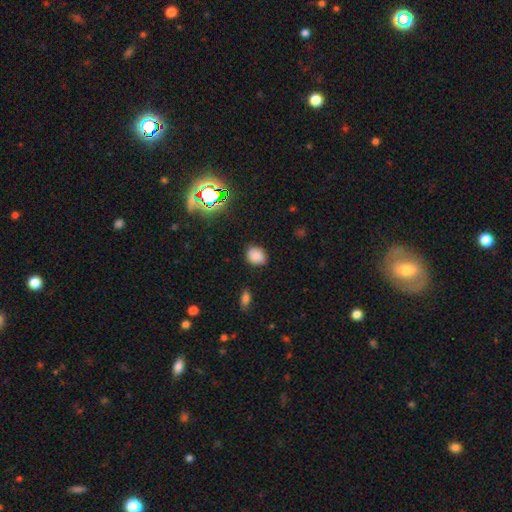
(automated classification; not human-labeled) The model was most divided on "how rounded": in between: 51%, round: 48%, cigar-shaped: 1%. More confident: merging — none (83%); smooth or featured — smooth (83%).